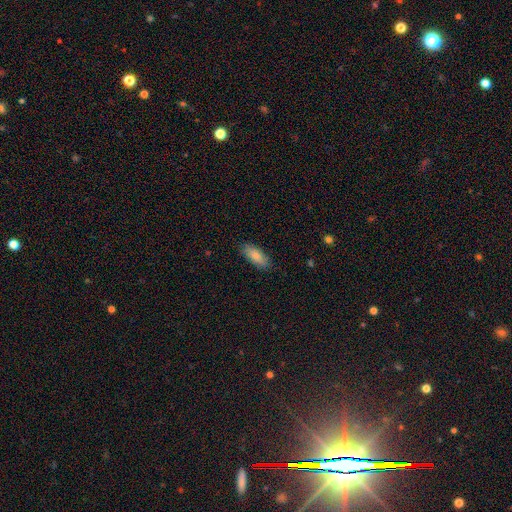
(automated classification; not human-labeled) The model was most divided on "how rounded": in between: 79%, cigar-shaped: 19%, round: 2%. More confident: merging — none (85%); smooth or featured — smooth (83%).